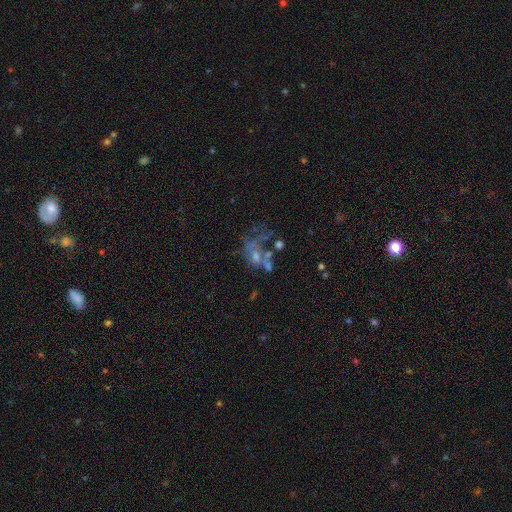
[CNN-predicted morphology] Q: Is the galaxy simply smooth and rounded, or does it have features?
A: featured or disk — 56%.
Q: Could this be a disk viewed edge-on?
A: no — 97%.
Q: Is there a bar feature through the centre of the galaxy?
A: no — 88%.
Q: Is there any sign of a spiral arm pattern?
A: no — 84%.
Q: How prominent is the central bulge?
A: none — 40%.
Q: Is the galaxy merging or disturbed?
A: major disturbance — 34%.